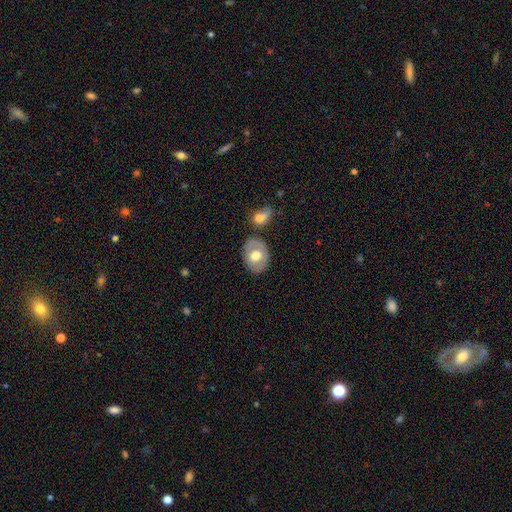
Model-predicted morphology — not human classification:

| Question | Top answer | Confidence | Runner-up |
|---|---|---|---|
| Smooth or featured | smooth | 53% | featured or disk (41%) |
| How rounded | in between | 60% | round (39%) |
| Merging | none | 71% | minor disturbance (15%) |